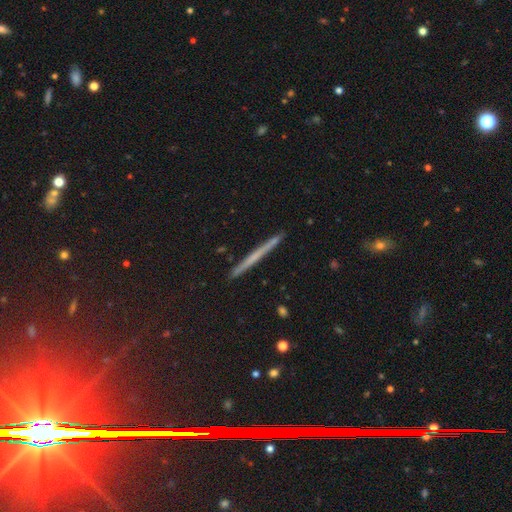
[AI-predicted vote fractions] Smooth or featured? featured or disk (49%)
Merging? none (92%)